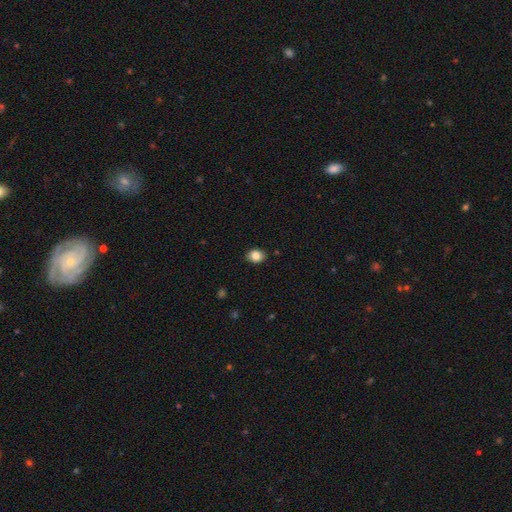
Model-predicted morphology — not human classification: smooth_or_featured: smooth (p=0.84) [alt: star or artifact p=0.09]
how_rounded: in between (p=0.57) [alt: round p=0.42]
merging: none (p=0.88) [alt: minor disturbance p=0.10]